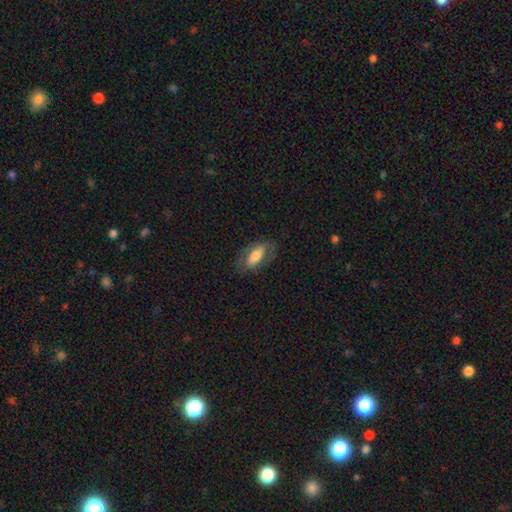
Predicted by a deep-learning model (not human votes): Smooth or featured? Predicted: smooth (p=0.57). How rounded? Predicted: in between (p=0.86). Merging? Predicted: none (p=0.73).